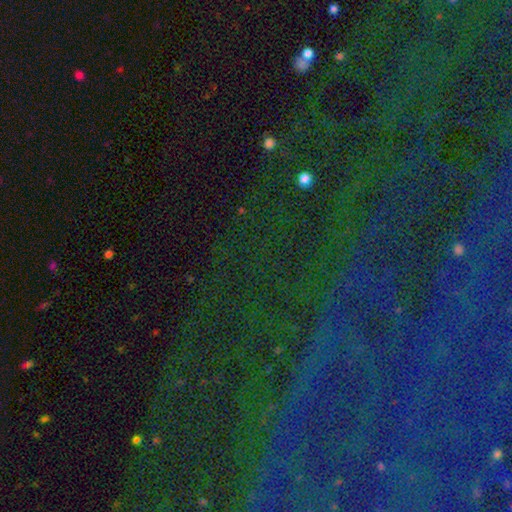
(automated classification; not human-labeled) smooth_or_featured: star or artifact (p=0.79) [alt: featured or disk p=0.11]